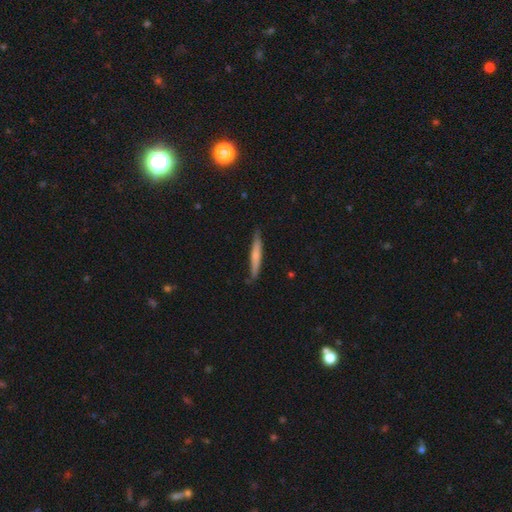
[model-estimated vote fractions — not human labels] A smooth galaxy with no disk features (62%) that is cigar-shaped (95%).

Vote fractions:
- Smooth or featured? smooth: 62% / featured or disk: 33% / star or artifact: 5%
- How rounded? cigar-shaped: 95% / in between: 4% / round: 1%
- Merging? none: 81% / minor disturbance: 16% / major disturbance: 2% / merger: 1%